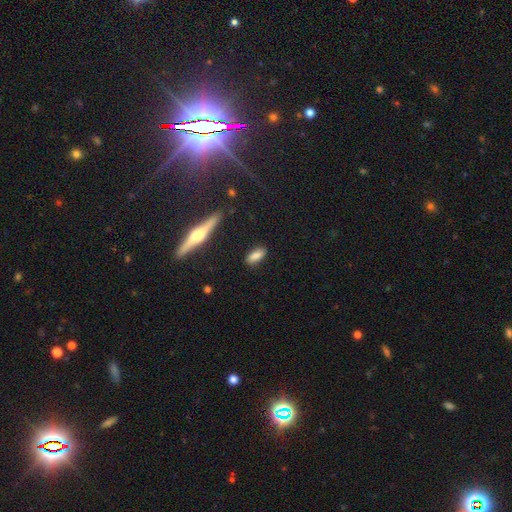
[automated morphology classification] A smooth galaxy with no disk features (82%) that is in between round and cigar-shaped (76%). Merging: none (86%).